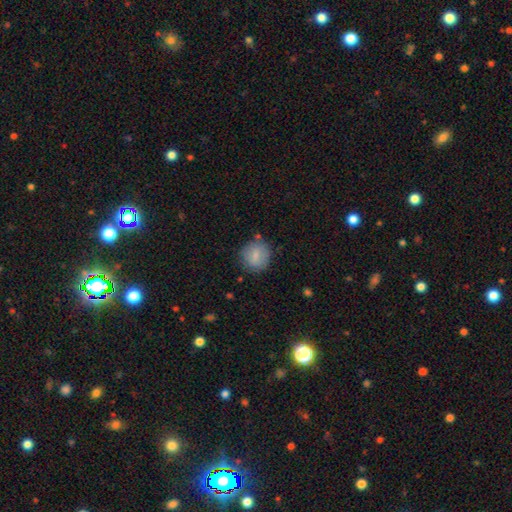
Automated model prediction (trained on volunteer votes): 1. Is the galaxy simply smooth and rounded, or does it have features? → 78% smooth, 14% featured or disk, 8% star or artifact.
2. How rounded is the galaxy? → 79% round, 19% in between, 1% cigar-shaped.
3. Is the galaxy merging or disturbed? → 77% none, 15% minor disturbance, 5% major disturbance, 3% merger.